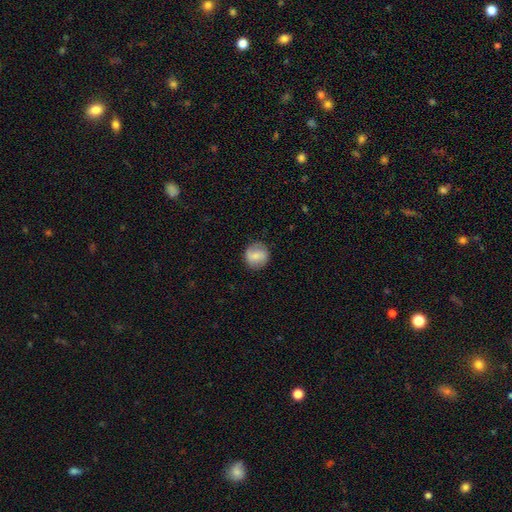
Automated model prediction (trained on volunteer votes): Morphology: type=smooth (70%); roundness=round (90%); merging=none (85%).